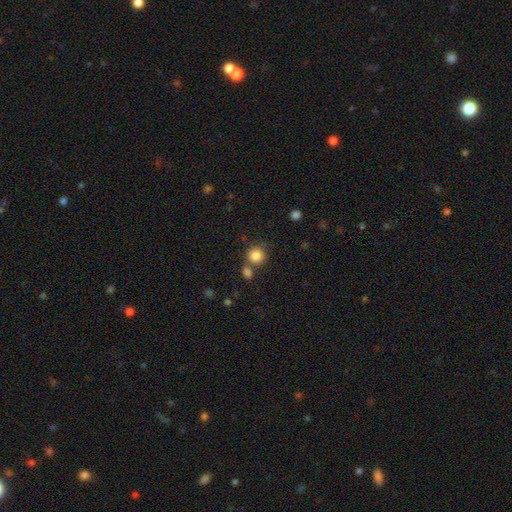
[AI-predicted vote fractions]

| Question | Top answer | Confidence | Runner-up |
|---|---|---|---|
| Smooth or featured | smooth | 85% | star or artifact (10%) |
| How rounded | round | 88% | in between (11%) |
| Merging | none | 64% | merger (23%) |